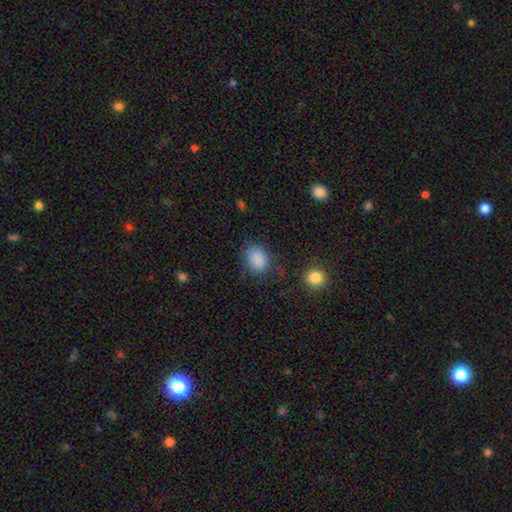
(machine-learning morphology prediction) Smooth or featured? Predicted: smooth (p=0.85). How rounded? Predicted: in between (p=0.60). Merging? Predicted: none (p=0.71).